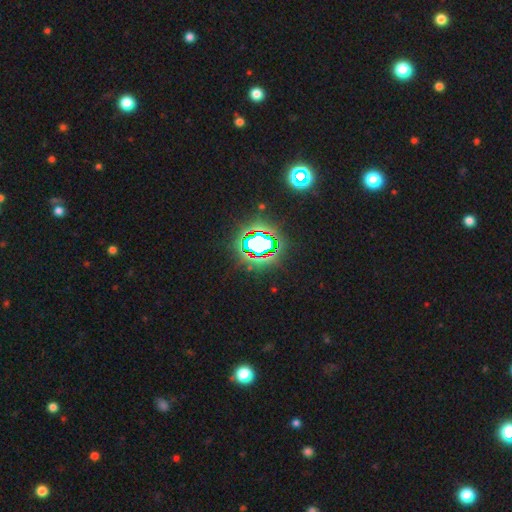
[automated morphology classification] smooth_or_featured: star or artifact (p=0.82) [alt: smooth p=0.12]